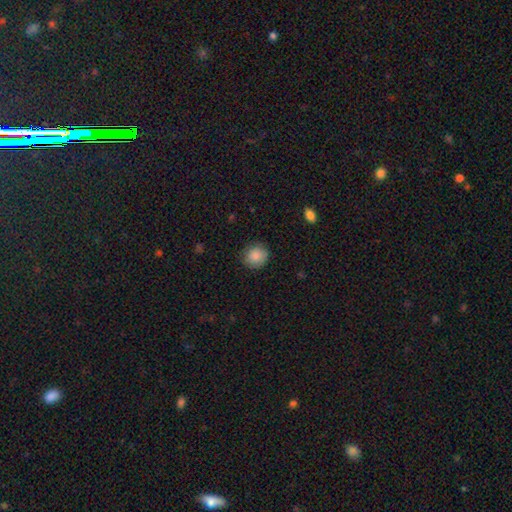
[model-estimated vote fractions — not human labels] Smooth or featured?
  - smooth: 87% *
  - star or artifact: 8%
  - featured or disk: 5%
How rounded?
  - round: 86% *
  - in between: 13%
  - cigar-shaped: 1%
Merging?
  - none: 86% *
  - minor disturbance: 10%
  - major disturbance: 3%
  - merger: 1%